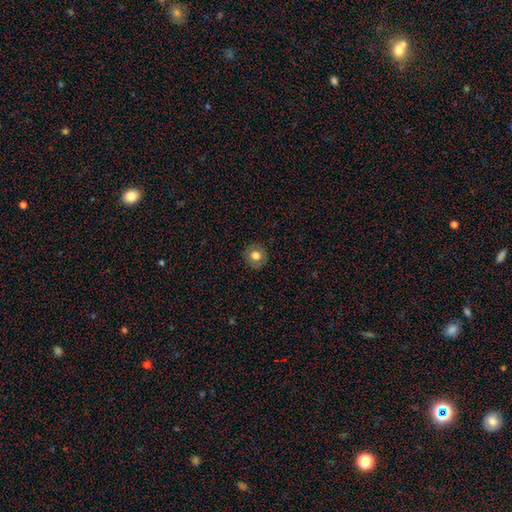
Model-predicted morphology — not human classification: Smooth or featured?
  - smooth: 75% *
  - featured or disk: 15%
  - star or artifact: 10%
How rounded?
  - round: 89% *
  - in between: 10%
  - cigar-shaped: 1%
Merging?
  - none: 88% *
  - minor disturbance: 8%
  - major disturbance: 2%
  - merger: 1%